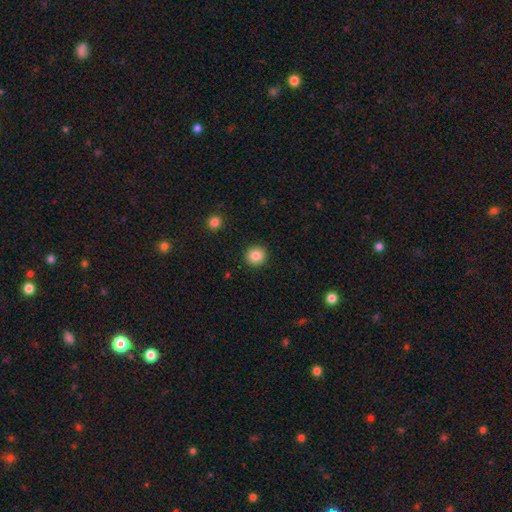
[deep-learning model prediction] smooth 87%, star or artifact 9%, featured or disk 4%. Down the decision tree: how rounded — round (92%); merging — none (92%).